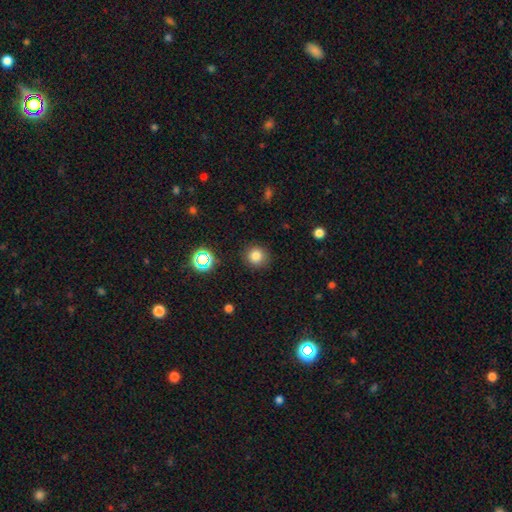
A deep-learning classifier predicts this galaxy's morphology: This is likely a smooth galaxy (80%). How rounded: clearly round (92%). Merging: clearly none (89%).